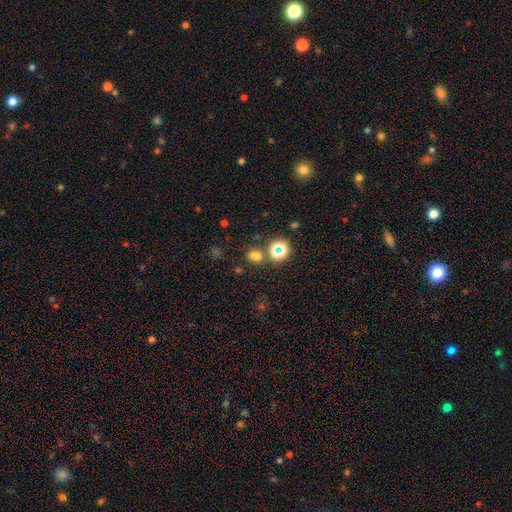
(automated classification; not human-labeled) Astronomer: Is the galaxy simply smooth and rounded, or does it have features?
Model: smooth — 63%.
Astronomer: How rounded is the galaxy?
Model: round — 57% (runner-up: in between, 42%).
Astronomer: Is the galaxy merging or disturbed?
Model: none — 73%.